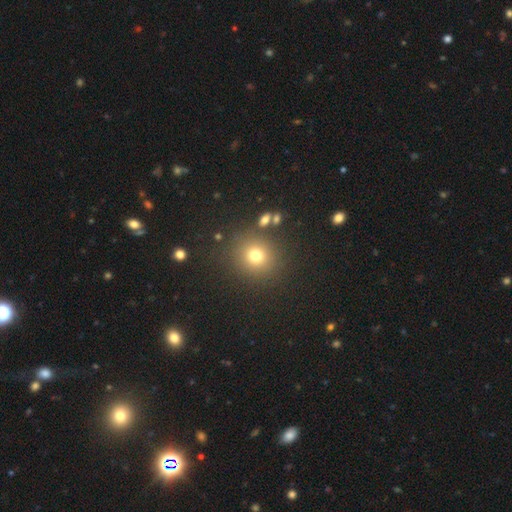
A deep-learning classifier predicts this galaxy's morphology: Q: Smooth or featured?
A: smooth (74%); runner-up: star or artifact (18%)
Q: How rounded?
A: round (87%); runner-up: in between (12%)
Q: Merging?
A: none (84%); runner-up: minor disturbance (8%)